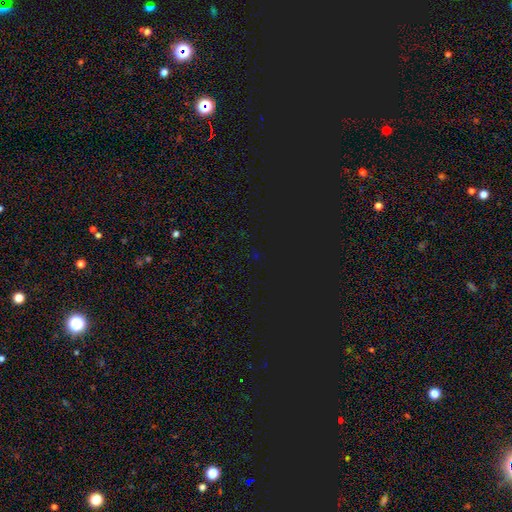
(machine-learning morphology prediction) smooth_or_featured: star or artifact (p=0.79) [alt: smooth p=0.15]